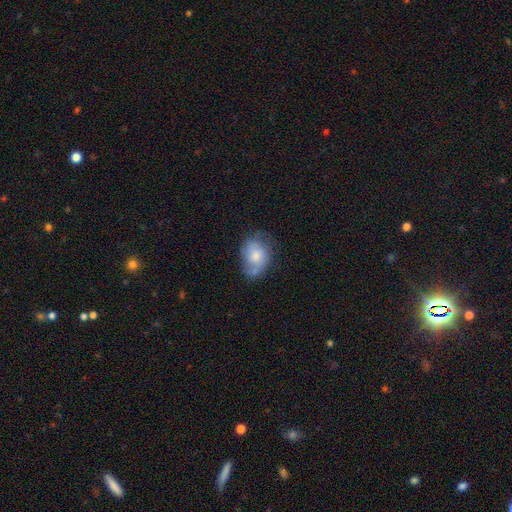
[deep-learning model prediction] Q: Smooth or featured?
A: smooth (55%); runner-up: featured or disk (37%)
Q: How rounded?
A: in between (64%); runner-up: round (35%)
Q: Merging?
A: none (47%); runner-up: minor disturbance (31%)